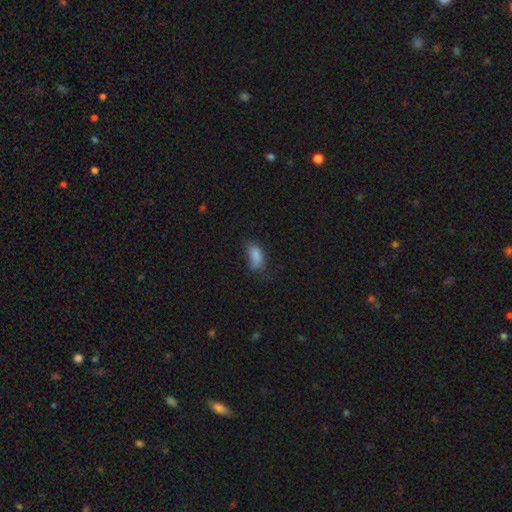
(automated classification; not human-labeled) Smooth or featured? smooth (82%)
How rounded? in between (90%)
Merging? none (46%)